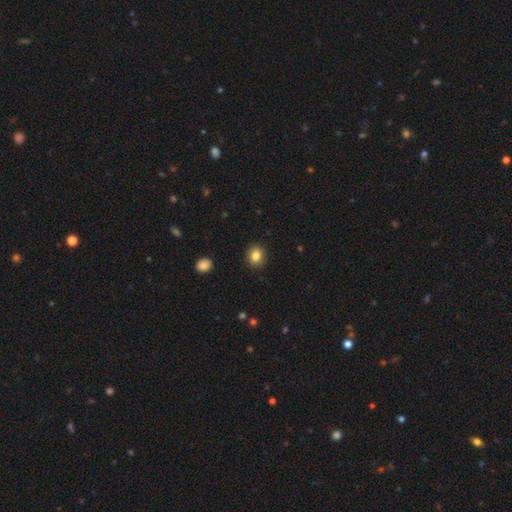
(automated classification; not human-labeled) A smooth galaxy with no disk features (85%) that is round (70%).

Vote fractions:
- Smooth or featured? smooth: 85% / star or artifact: 10% / featured or disk: 6%
- How rounded? round: 70% / in between: 29% / cigar-shaped: 1%
- Merging? none: 90% / minor disturbance: 7% / major disturbance: 2% / merger: 1%